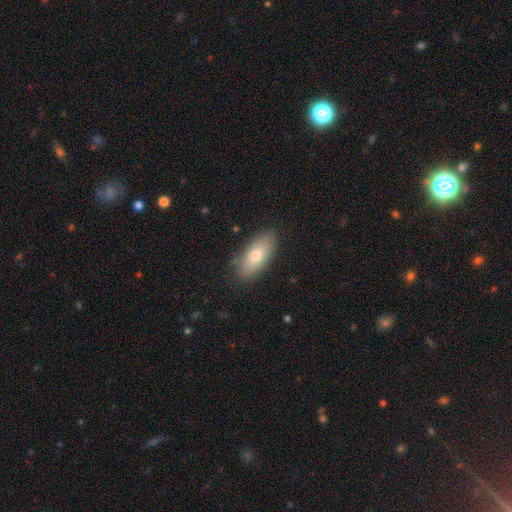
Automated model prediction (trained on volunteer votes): This appears to be a smooth galaxy with no disk features (76%) that is in between round and cigar-shaped (82%). Merging: none (85%).